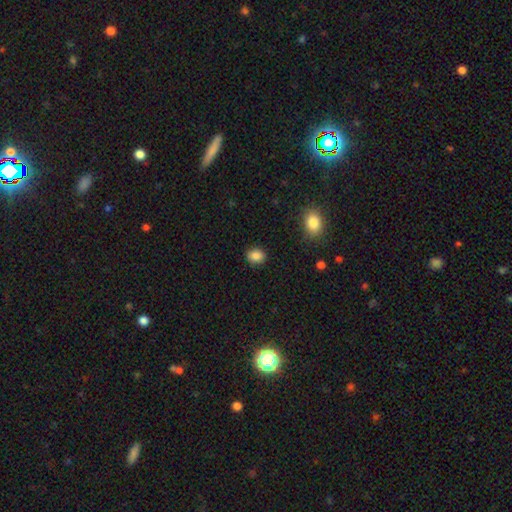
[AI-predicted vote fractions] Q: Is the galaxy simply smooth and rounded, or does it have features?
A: smooth — 86%.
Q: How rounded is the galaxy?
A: round — 58%.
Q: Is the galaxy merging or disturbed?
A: none — 90%.